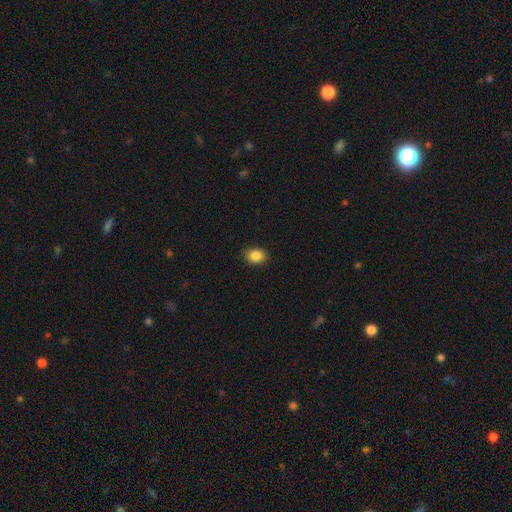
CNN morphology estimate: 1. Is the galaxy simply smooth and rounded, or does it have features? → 87% smooth, 9% star or artifact, 4% featured or disk.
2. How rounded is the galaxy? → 65% in between, 34% round, 1% cigar-shaped.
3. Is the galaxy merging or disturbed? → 88% none, 9% minor disturbance, 2% major disturbance, 1% merger.